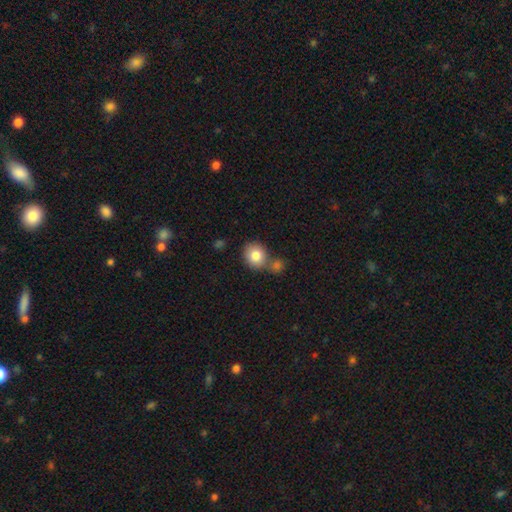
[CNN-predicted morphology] A smooth galaxy with no disk features (82%) that is round (75%).

Vote fractions:
- Smooth or featured? smooth: 82% / featured or disk: 10% / star or artifact: 8%
- How rounded? round: 75% / in between: 24% / cigar-shaped: 1%
- Merging? none: 50% / merger: 34% / minor disturbance: 12% / major disturbance: 4%